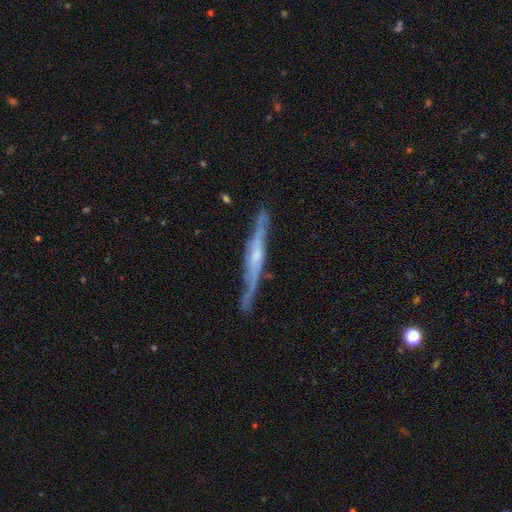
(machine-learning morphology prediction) smooth_or_featured: featured or disk (p=0.76) [alt: smooth p=0.18]
disk_edge_on: yes (p=0.92) [alt: no p=0.08]
edge_on_bulge: rounded (p=0.43) [alt: none p=0.35]
merging: none (p=0.80) [alt: minor disturbance p=0.16]